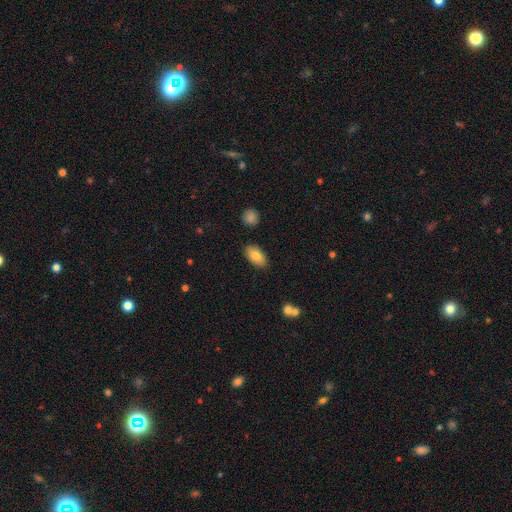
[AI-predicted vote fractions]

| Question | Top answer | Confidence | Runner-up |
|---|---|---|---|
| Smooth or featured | smooth | 81% | featured or disk (12%) |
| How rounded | in between | 93% | round (4%) |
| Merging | none | 85% | minor disturbance (10%) |